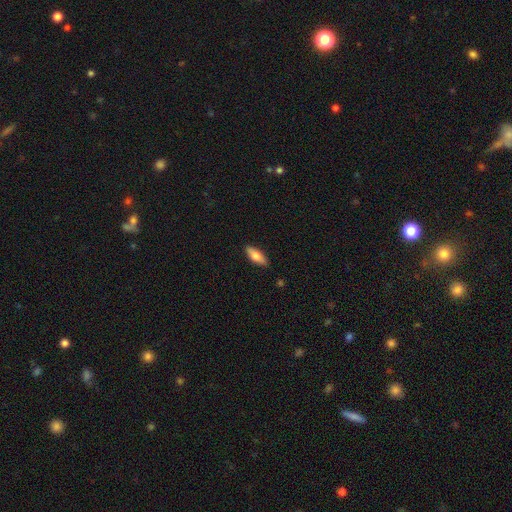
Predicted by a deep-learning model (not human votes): Smooth or featured? Predicted: smooth (p=0.76). How rounded? Predicted: in between (p=0.72). Merging? Predicted: none (p=0.87).